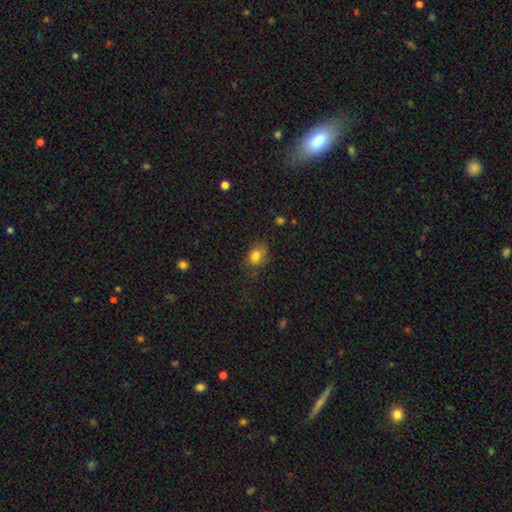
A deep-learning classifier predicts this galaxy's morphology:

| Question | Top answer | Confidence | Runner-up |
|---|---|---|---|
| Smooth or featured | smooth | 79% | star or artifact (10%) |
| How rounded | in between | 65% | round (34%) |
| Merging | none | 58% | minor disturbance (27%) |